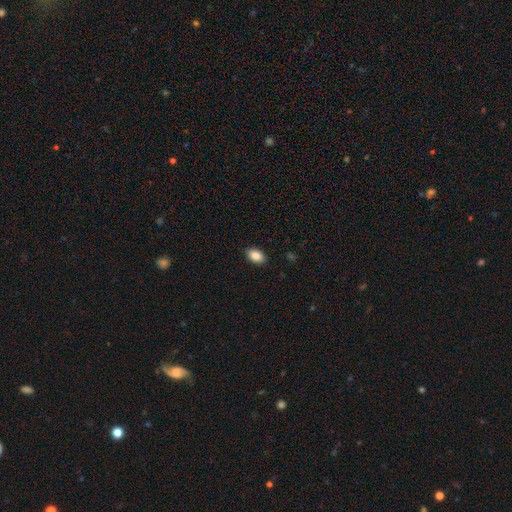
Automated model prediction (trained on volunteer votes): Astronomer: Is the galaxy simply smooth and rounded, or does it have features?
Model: smooth — 87%.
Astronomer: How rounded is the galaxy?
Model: in between — 87%.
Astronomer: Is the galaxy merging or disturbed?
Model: none — 89%.